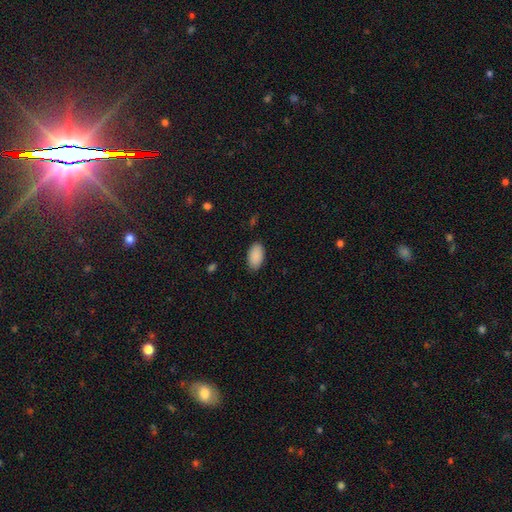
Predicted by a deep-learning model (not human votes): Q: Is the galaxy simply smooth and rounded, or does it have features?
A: smooth — 91%.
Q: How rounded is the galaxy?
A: in between — 95%.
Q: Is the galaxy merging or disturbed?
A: none — 87%.